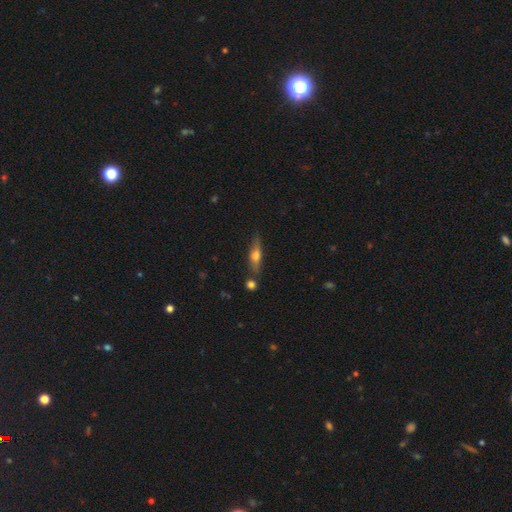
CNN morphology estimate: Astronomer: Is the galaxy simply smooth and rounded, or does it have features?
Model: smooth — 48% (runner-up: featured or disk, 45%).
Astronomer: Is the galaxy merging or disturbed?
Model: none — 75%.